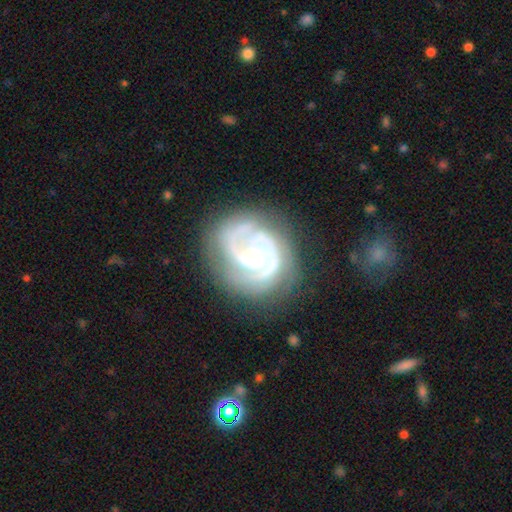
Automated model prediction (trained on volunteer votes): Q: Smooth or featured?
A: featured or disk (87%); runner-up: smooth (7%)
Q: Edge-on disk?
A: no (98%); runner-up: yes (2%)
Q: Bar?
A: no (61%); runner-up: weak (31%)
Q: Spiral arms?
A: yes (96%); runner-up: no (4%)
Q: Spiral winding?
A: tight (57%); runner-up: medium (36%)
Q: Spiral arm count?
A: 2 (49%); runner-up: 3 (26%)
Q: Bulge size?
A: small (63%); runner-up: moderate (31%)
Q: Merging?
A: none (72%); runner-up: minor disturbance (17%)